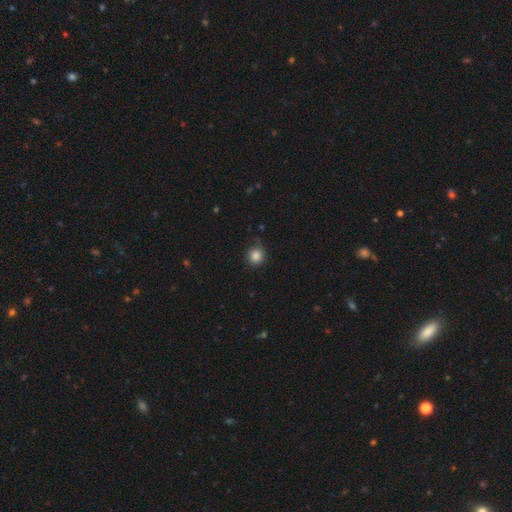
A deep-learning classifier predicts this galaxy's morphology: smooth 85%, star or artifact 11%, featured or disk 4%. Down the decision tree: how rounded — round (93%); merging — none (80%).